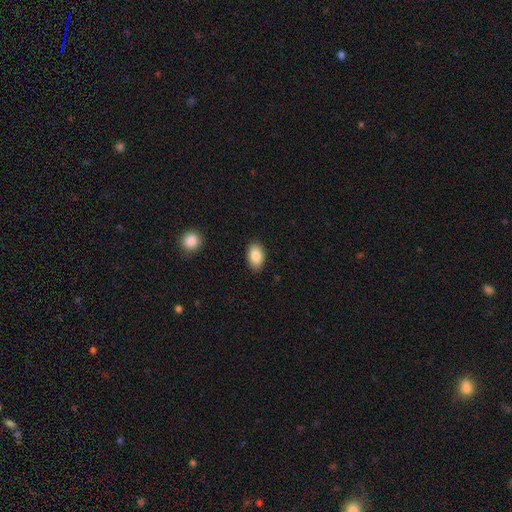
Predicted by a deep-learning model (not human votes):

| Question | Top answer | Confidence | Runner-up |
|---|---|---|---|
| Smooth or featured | smooth | 87% | star or artifact (7%) |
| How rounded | in between | 90% | round (9%) |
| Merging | none | 89% | minor disturbance (8%) |